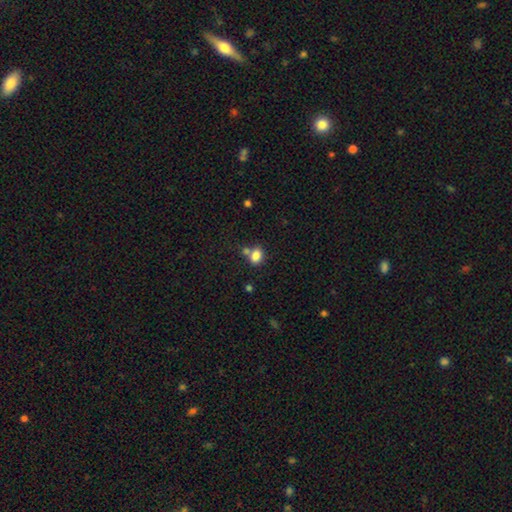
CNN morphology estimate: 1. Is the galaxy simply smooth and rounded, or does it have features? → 83% smooth, 10% star or artifact, 7% featured or disk.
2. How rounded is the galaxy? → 74% in between, 24% round, 1% cigar-shaped.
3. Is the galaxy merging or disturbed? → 53% none, 30% merger, 13% minor disturbance, 4% major disturbance.